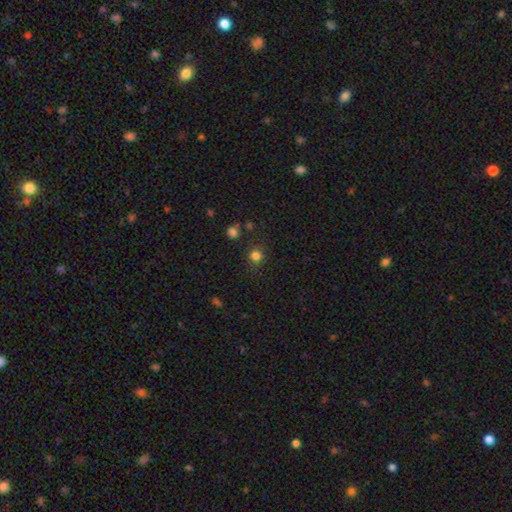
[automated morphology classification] smooth-or-featured: smooth: 79% | star or artifact: 16% | featured or disk: 5%
  how-rounded: round: 85% | in between: 14% | cigar-shaped: 1%
  merging: none: 81% | minor disturbance: 11% | major disturbance: 4% | merger: 4%